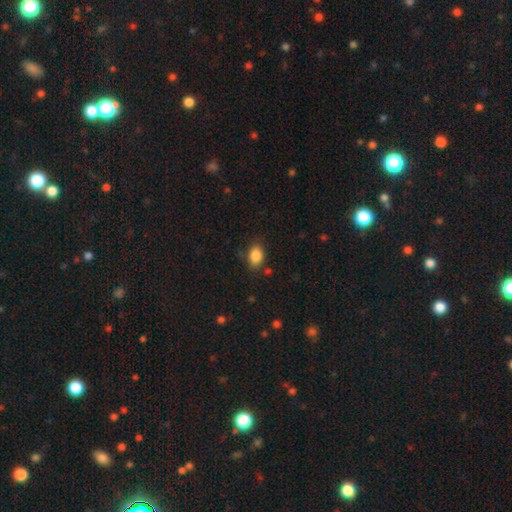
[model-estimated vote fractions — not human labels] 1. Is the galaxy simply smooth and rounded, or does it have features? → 87% smooth, 9% star or artifact, 5% featured or disk.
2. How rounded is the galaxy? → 81% in between, 18% round, 1% cigar-shaped.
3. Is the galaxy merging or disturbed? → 79% none, 15% minor disturbance, 4% major disturbance, 2% merger.